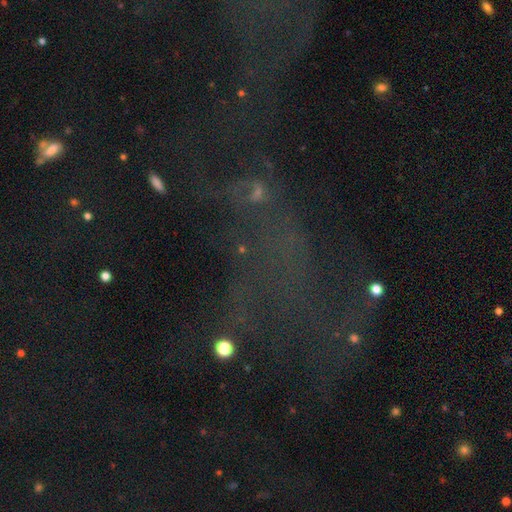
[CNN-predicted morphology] smooth_or_featured: star or artifact (p=0.55) [alt: featured or disk p=0.25]